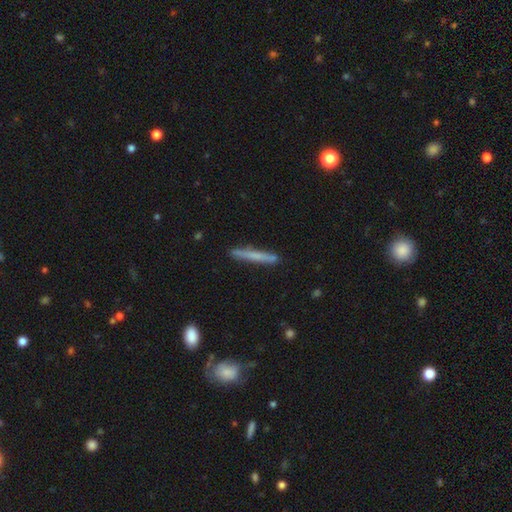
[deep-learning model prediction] Smooth or featured: smooth — 61% (featured or disk — 32%)
How rounded: cigar-shaped — 96% (in between — 3%)
Merging: none — 87% (minor disturbance — 9%)